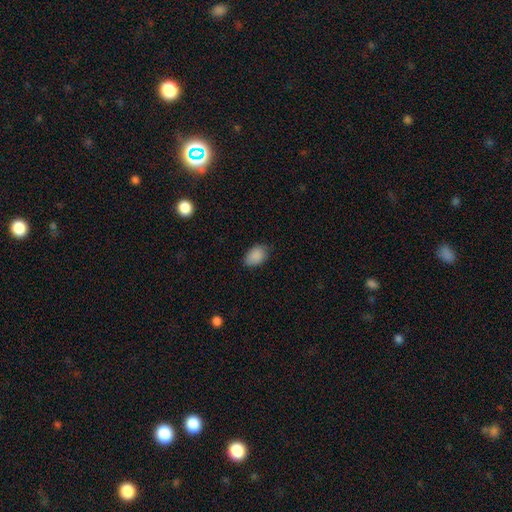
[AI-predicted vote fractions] Smooth or featured: smooth — 88% (star or artifact — 8%)
How rounded: in between — 81% (round — 17%)
Merging: none — 76% (minor disturbance — 19%)